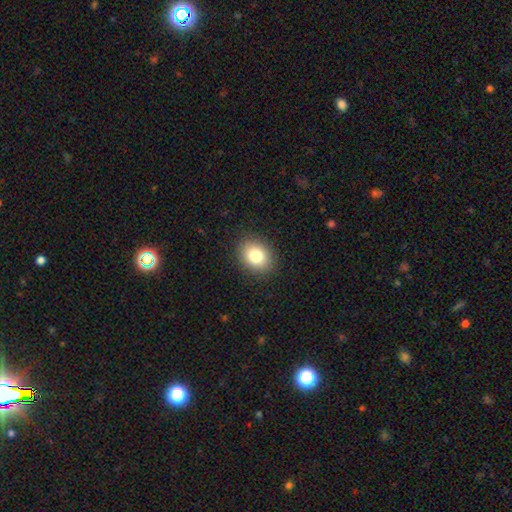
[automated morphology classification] Q: Smooth or featured?
A: smooth (81%); runner-up: star or artifact (10%)
Q: How rounded?
A: in between (51%); runner-up: round (48%)
Q: Merging?
A: none (89%); runner-up: minor disturbance (8%)